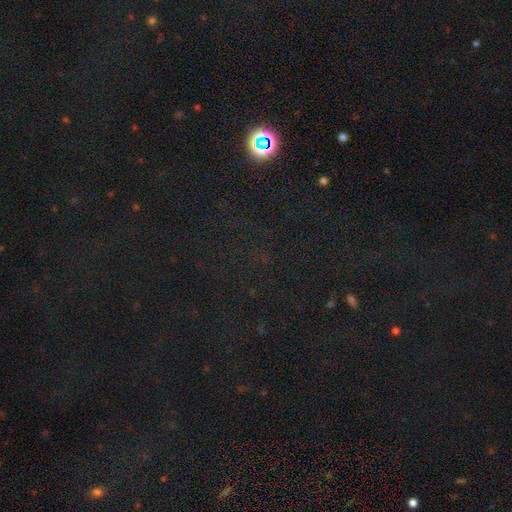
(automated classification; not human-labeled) Overall: star or artifact (79%).